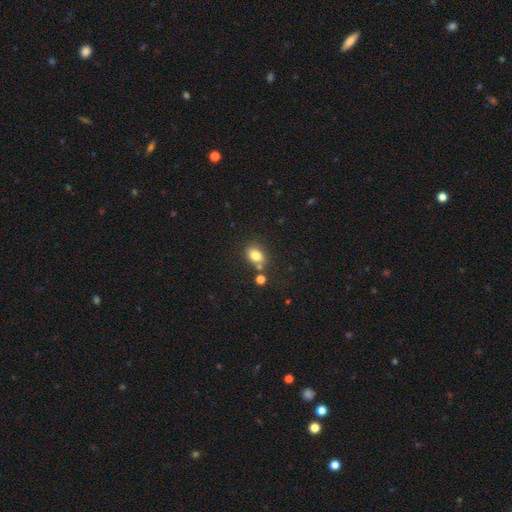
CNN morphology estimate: Smooth or featured? smooth (79%)
How rounded? in between (66%)
Merging? none (64%)